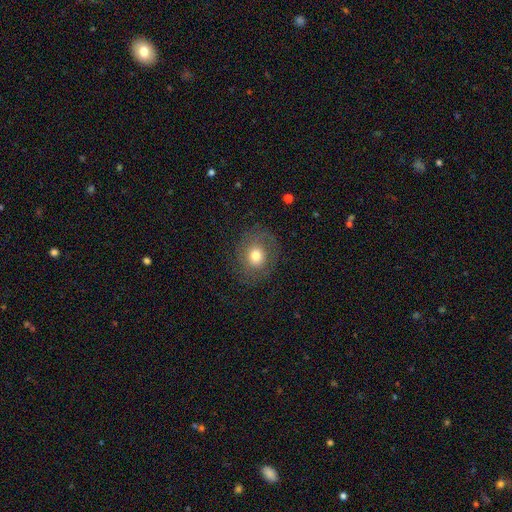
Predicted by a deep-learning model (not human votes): Smooth or featured? Predicted: smooth (p=0.64). How rounded? Predicted: round (p=0.73). Merging? Predicted: none (p=0.77).